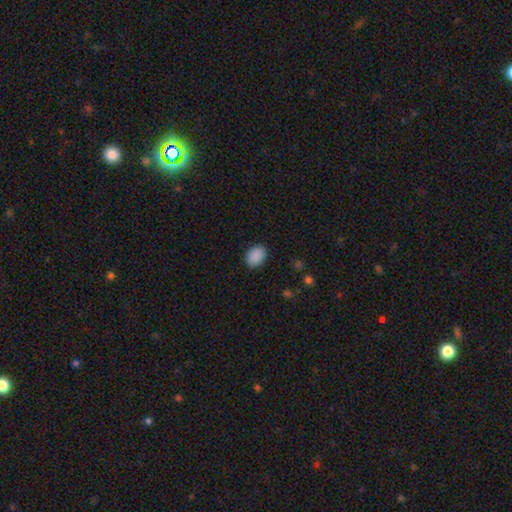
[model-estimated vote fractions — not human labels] This appears to be a smooth galaxy with no disk features (90%) that is in between round and cigar-shaped (70%). Merging: none (87%).